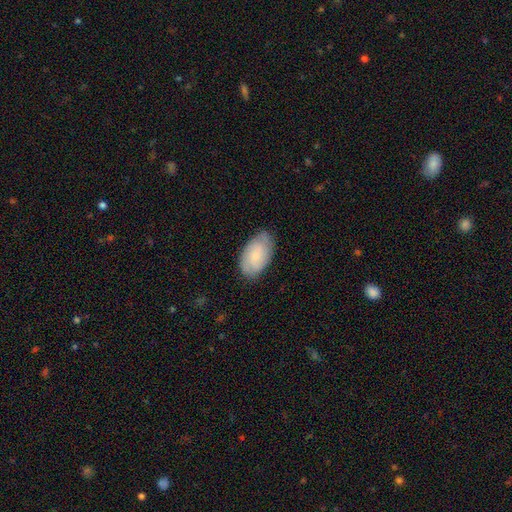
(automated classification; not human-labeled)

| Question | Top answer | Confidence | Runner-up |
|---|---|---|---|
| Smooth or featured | smooth | 57% | featured or disk (37%) |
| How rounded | in between | 94% | round (4%) |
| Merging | none | 77% | minor disturbance (18%) |